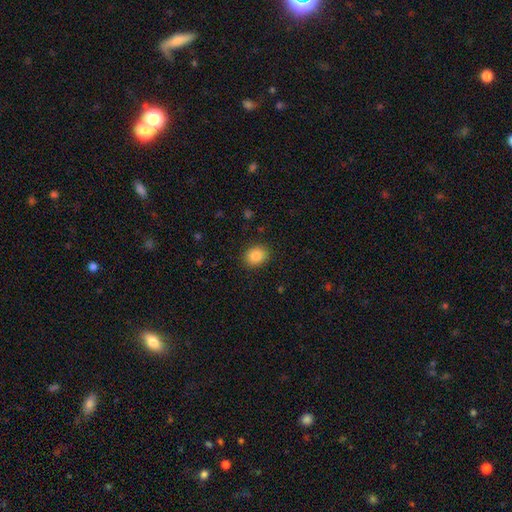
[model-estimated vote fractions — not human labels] Morphology: type=smooth (88%); roundness=round (58%); merging=none (88%).